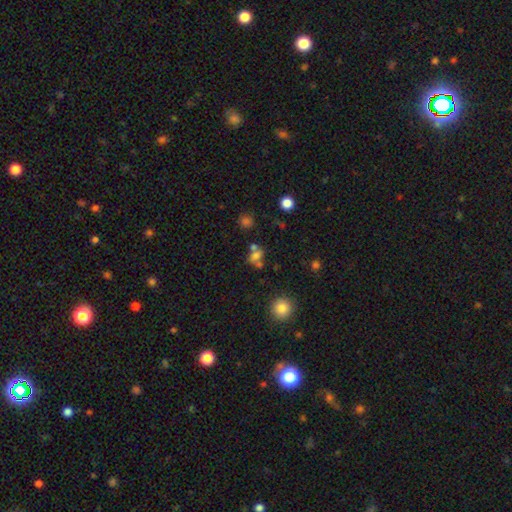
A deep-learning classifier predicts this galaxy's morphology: smooth_or_featured: smooth (p=0.63) [alt: featured or disk p=0.19]
how_rounded: in between (p=0.52) [alt: round p=0.44]
merging: none (p=0.45) [alt: merger p=0.38]